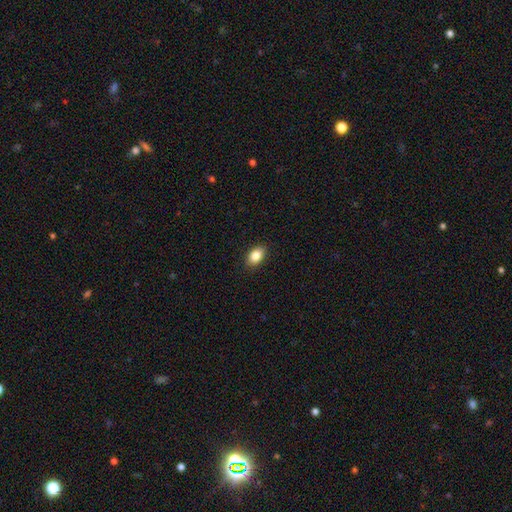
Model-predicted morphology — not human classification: Smooth or featured?
  - smooth: 86% *
  - star or artifact: 8%
  - featured or disk: 6%
How rounded?
  - in between: 86% *
  - round: 13%
  - cigar-shaped: 1%
Merging?
  - none: 90% *
  - minor disturbance: 7%
  - major disturbance: 2%
  - merger: 1%